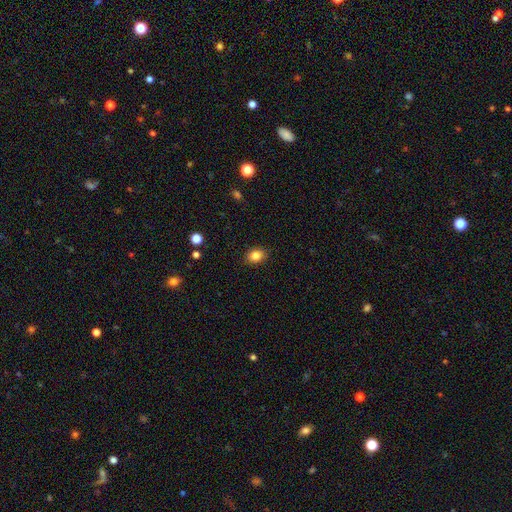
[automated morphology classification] Smooth or featured? Predicted: smooth (p=0.84). How rounded? Predicted: in between (p=0.61). Merging? Predicted: none (p=0.88).